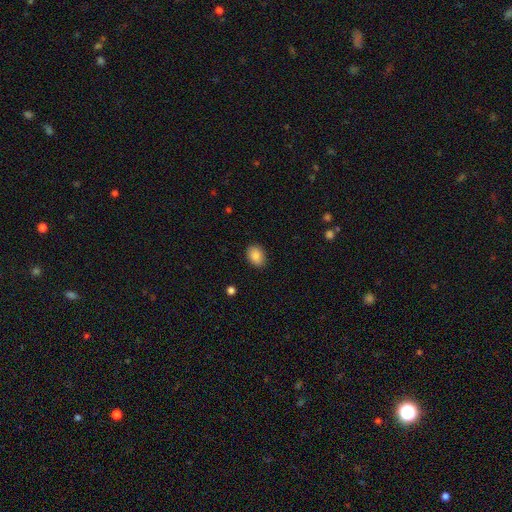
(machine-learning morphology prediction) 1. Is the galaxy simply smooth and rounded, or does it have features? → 87% smooth, 8% star or artifact, 6% featured or disk.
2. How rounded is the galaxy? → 77% in between, 22% round, 1% cigar-shaped.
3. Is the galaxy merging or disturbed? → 88% none, 9% minor disturbance, 2% major disturbance, 1% merger.